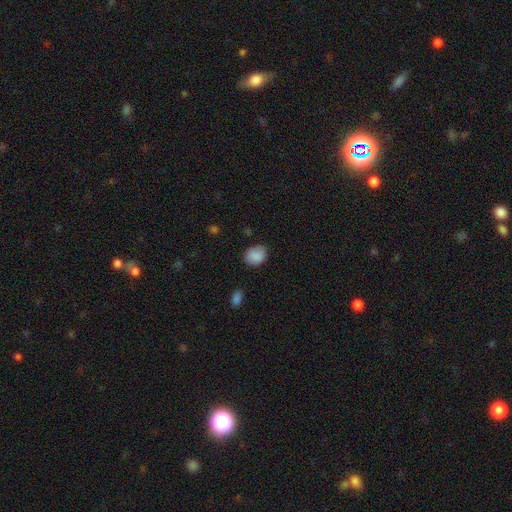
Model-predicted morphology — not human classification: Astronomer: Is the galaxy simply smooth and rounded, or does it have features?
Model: smooth — 87%.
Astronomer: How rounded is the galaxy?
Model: round — 50% (runner-up: in between, 49%).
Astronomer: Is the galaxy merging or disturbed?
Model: none — 79%.